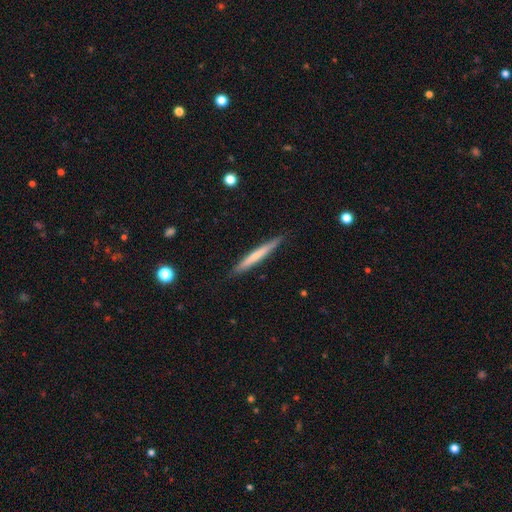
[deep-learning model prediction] Morphology: type=smooth (58%); roundness=cigar-shaped (96%); merging=none (89%).